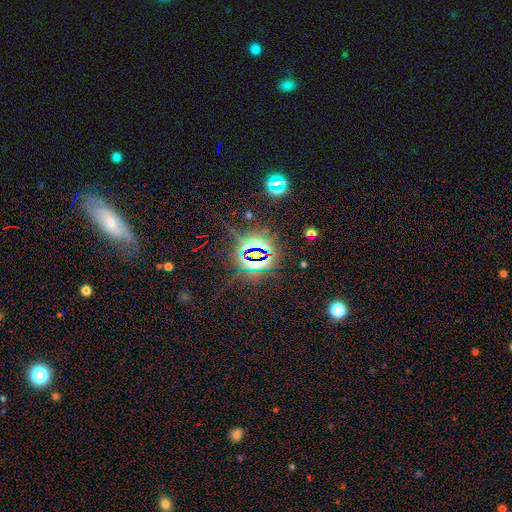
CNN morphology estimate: star or artifact 84%, featured or disk 9%, smooth 7%.